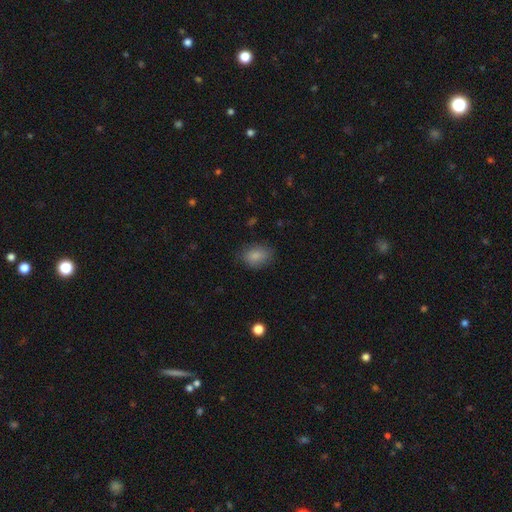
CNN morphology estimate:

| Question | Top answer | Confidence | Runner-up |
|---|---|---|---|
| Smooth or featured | smooth | 85% | star or artifact (8%) |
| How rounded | in between | 74% | round (25%) |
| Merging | none | 79% | minor disturbance (16%) |